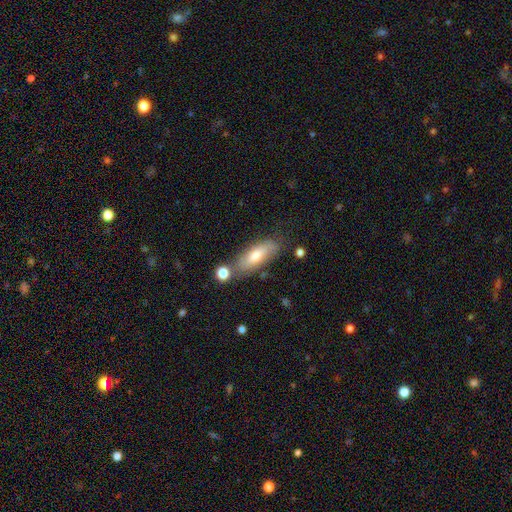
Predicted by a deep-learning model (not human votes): Overall: smooth (66%; featured or disk 27%). How rounded: in between (67%; cigar-shaped 30%). Merging: none (65%).